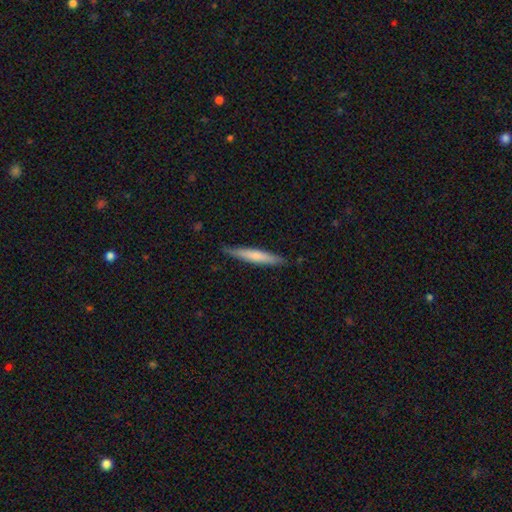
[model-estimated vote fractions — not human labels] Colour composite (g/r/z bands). It shows a smooth galaxy with no disk features (63%) that is cigar-shaped (93%). Merging: none (85%).